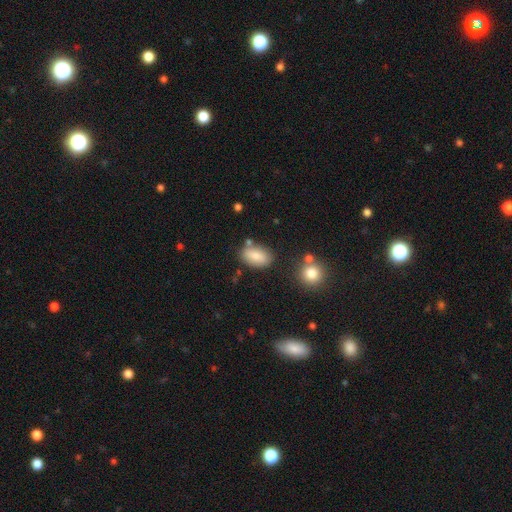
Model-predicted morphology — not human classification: Smooth or featured?
  - smooth: 84% *
  - featured or disk: 9%
  - star or artifact: 7%
How rounded?
  - in between: 91% *
  - round: 6%
  - cigar-shaped: 2%
Merging?
  - none: 74% *
  - minor disturbance: 15%
  - merger: 7%
  - major disturbance: 4%